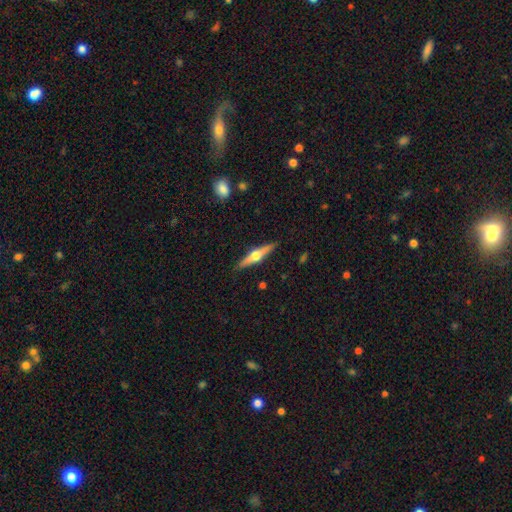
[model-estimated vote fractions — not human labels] A featured or disk galaxy (70%) viewed edge-on (97%) with a rounded central bulge (95%). Merging: none (89%).